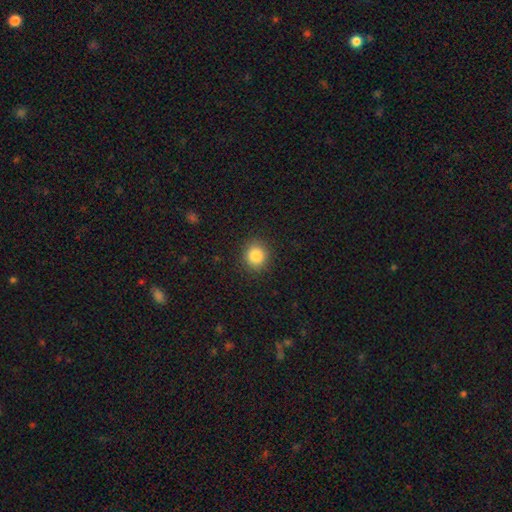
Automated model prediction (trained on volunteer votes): Smooth or featured? Predicted: smooth (p=0.85). How rounded? Predicted: round (p=0.85). Merging? Predicted: none (p=0.90).